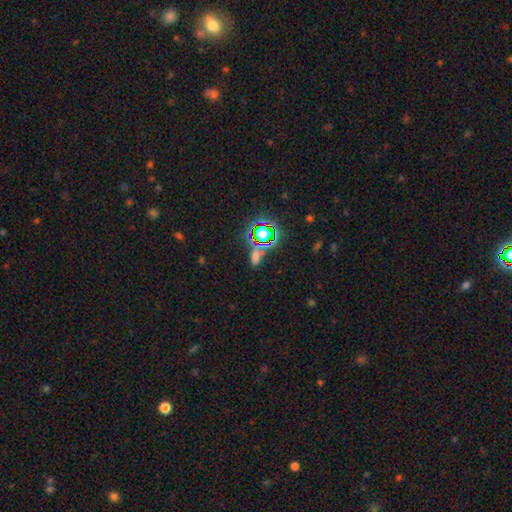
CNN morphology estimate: This is possibly a star or artifact rather than a galaxy (46%).